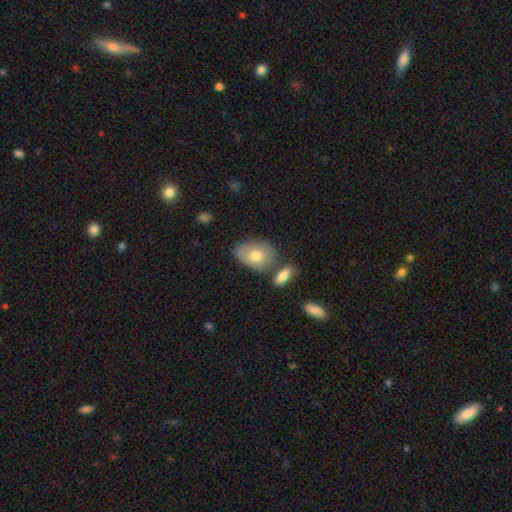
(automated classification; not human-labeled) A smooth galaxy with no disk features (71%) that is in between round and cigar-shaped (80%). Merging: none (58%).